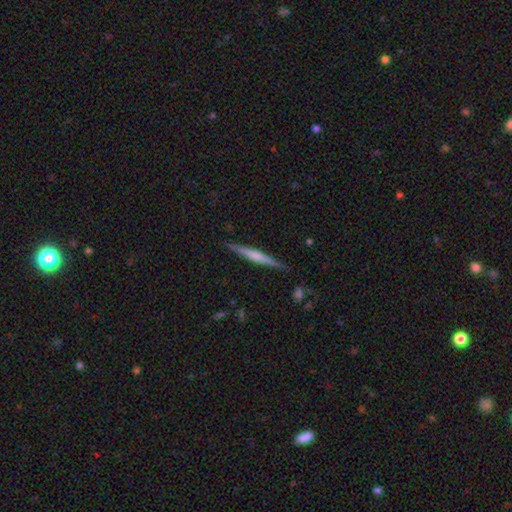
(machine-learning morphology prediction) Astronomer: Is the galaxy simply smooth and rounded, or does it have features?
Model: featured or disk — 62%.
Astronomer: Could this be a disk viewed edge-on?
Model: yes — 98%.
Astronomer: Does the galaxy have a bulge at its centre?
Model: rounded — 49% (runner-up: none, 31%).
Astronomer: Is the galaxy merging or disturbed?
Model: none — 88%.